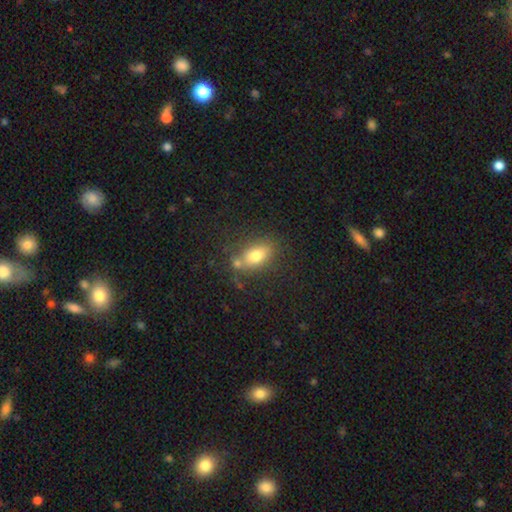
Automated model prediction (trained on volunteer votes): The model was most divided on "merging": none: 65%, minor disturbance: 15%, merger: 15%, major disturbance: 5%. More confident: how rounded — in between (81%); smooth or featured — smooth (76%).